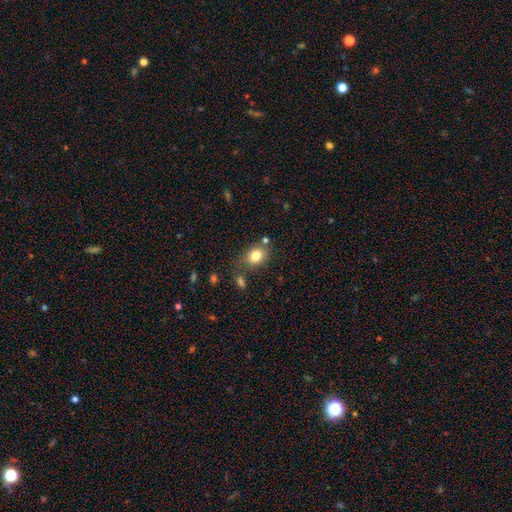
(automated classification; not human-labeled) This is clearly a smooth galaxy (81%). How rounded: possibly in between (56%). Merging: likely none (69%).